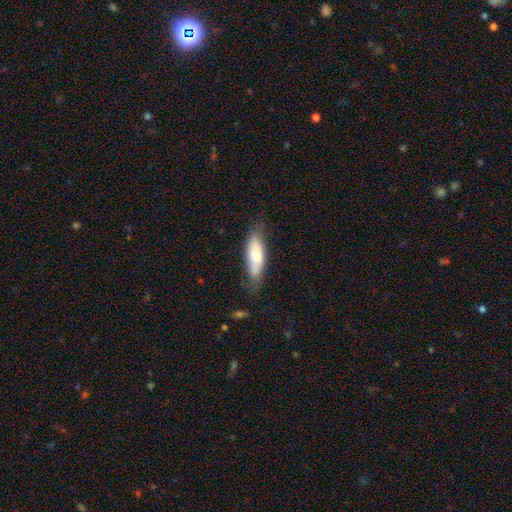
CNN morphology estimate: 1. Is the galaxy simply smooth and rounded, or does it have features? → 71% smooth, 23% featured or disk, 6% star or artifact.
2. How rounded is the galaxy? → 52% in between, 46% cigar-shaped, 2% round.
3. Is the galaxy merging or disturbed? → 64% none, 26% minor disturbance, 7% major disturbance, 3% merger.